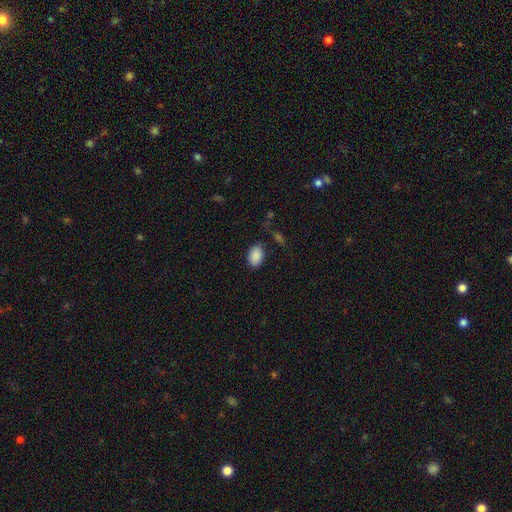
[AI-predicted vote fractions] smooth-or-featured: smooth: 89% | star or artifact: 8% | featured or disk: 4%
  how-rounded: in between: 81% | round: 18% | cigar-shaped: 1%
  merging: none: 82% | minor disturbance: 12% | major disturbance: 4% | merger: 2%